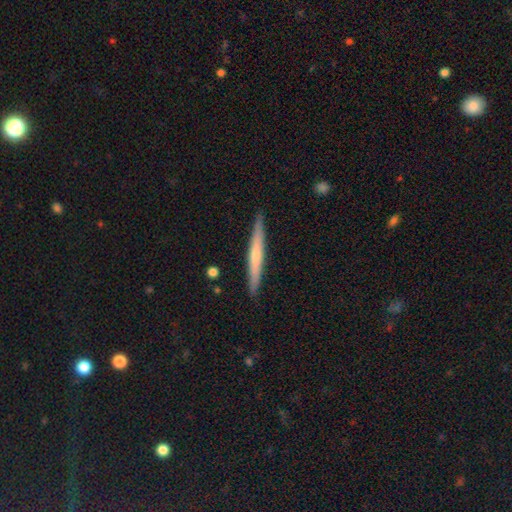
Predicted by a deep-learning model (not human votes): The model was most divided on "smooth or featured": featured or disk: 49%, smooth: 46%, star or artifact: 5%. More confident: merging — none (91%).